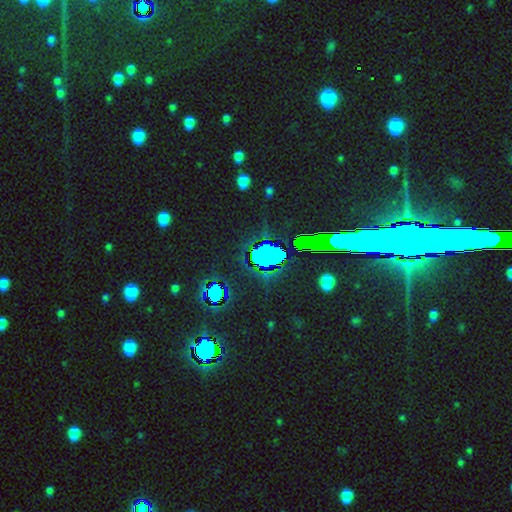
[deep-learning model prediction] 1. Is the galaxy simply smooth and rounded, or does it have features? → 80% star or artifact, 10% featured or disk, 10% smooth.